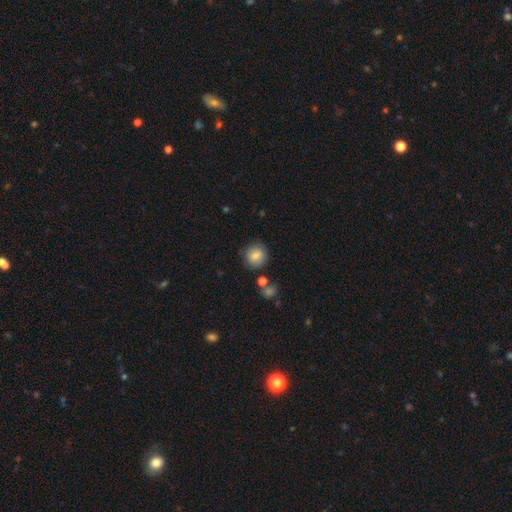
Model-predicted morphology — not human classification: The model was most divided on "merging": none: 80%, minor disturbance: 12%, merger: 5%, major disturbance: 3%. More confident: how rounded — round (89%); smooth or featured — smooth (80%).